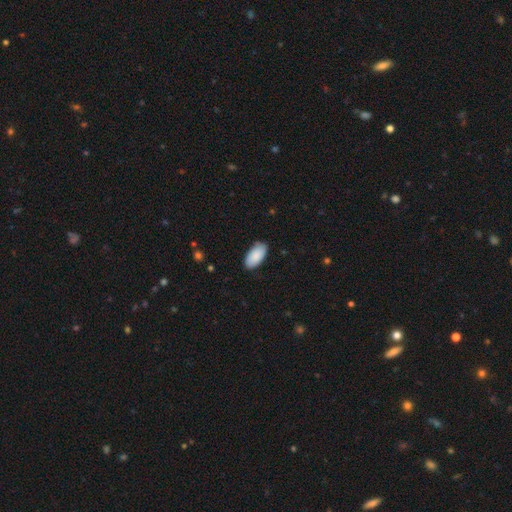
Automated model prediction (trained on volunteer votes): Overall: smooth (88%). How rounded: in between (96%). Merging: none (84%).